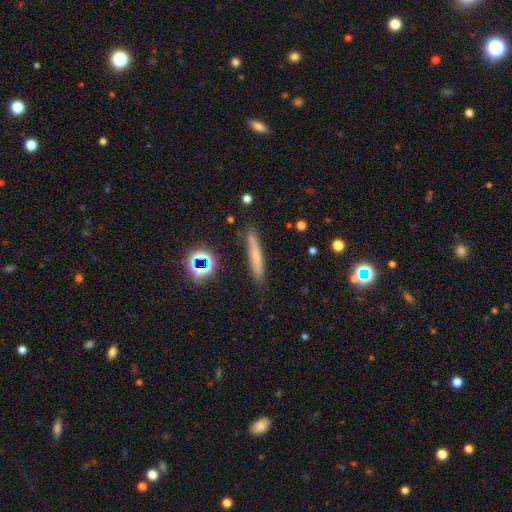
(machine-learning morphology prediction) A smooth galaxy with no disk features (55%) that is cigar-shaped (91%).

Vote fractions:
- Smooth or featured? smooth: 55% / featured or disk: 32% / star or artifact: 13%
- How rounded? cigar-shaped: 91% / in between: 6% / round: 3%
- Merging? none: 84% / minor disturbance: 11% / merger: 3% / major disturbance: 2%